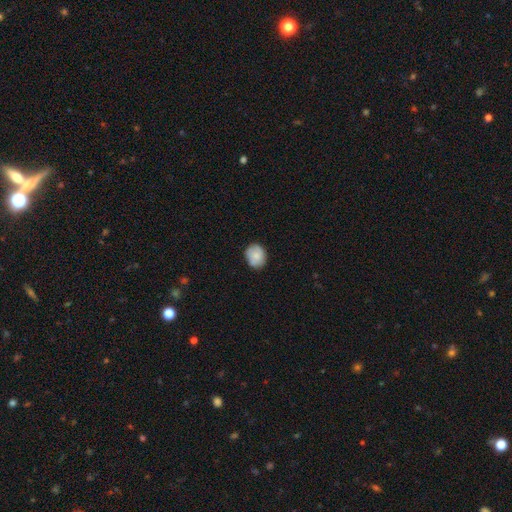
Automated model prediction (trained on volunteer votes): smooth-or-featured: smooth: 80% | featured or disk: 13% | star or artifact: 7%
  how-rounded: round: 58% | in between: 41% | cigar-shaped: 1%
  merging: none: 79% | minor disturbance: 17% | major disturbance: 3% | merger: 2%